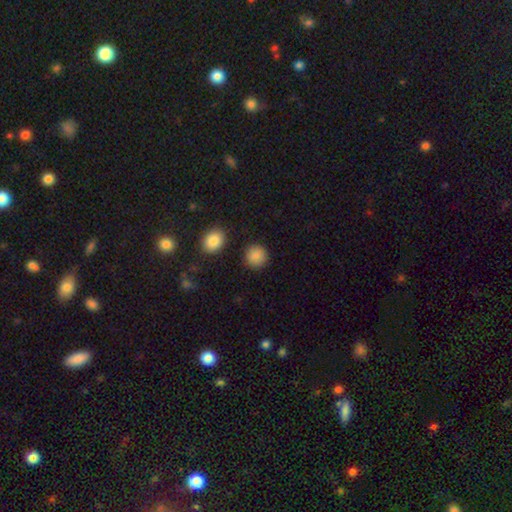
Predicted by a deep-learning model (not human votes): smooth 88%, star or artifact 8%, featured or disk 3%. Down the decision tree: how rounded — round (90%); merging — none (88%).